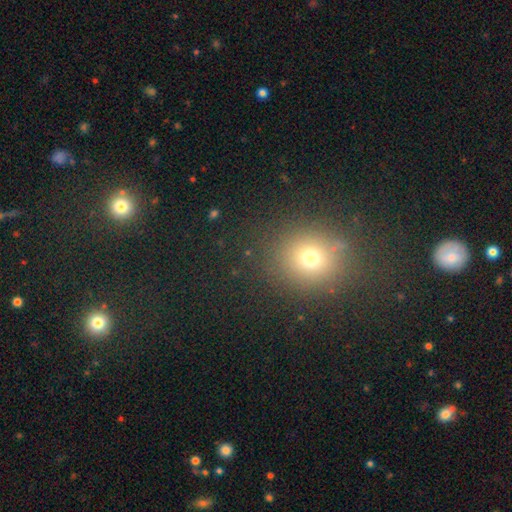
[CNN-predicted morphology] Smooth or featured?
  - smooth: 61% *
  - star or artifact: 31%
  - featured or disk: 8%
How rounded?
  - round: 77% *
  - in between: 21%
  - cigar-shaped: 1%
Merging?
  - none: 86% *
  - minor disturbance: 8%
  - major disturbance: 4%
  - merger: 2%